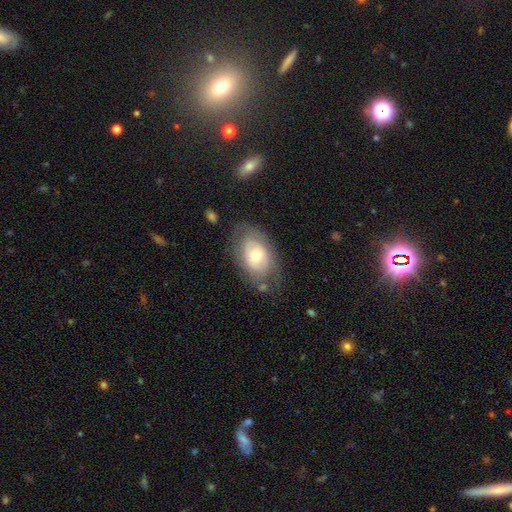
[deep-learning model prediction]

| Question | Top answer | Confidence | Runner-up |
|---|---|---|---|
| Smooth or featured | smooth | 53% | featured or disk (40%) |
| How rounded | in between | 88% | round (10%) |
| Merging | none | 61% | minor disturbance (24%) |